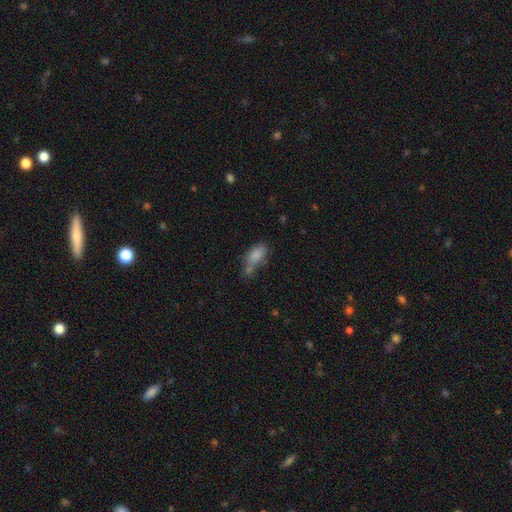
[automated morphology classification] Smooth or featured?
  - smooth: 81% *
  - star or artifact: 10%
  - featured or disk: 9%
How rounded?
  - in between: 86% *
  - cigar-shaped: 10%
  - round: 4%
Merging?
  - none: 42% *
  - merger: 24%
  - minor disturbance: 24%
  - major disturbance: 10%